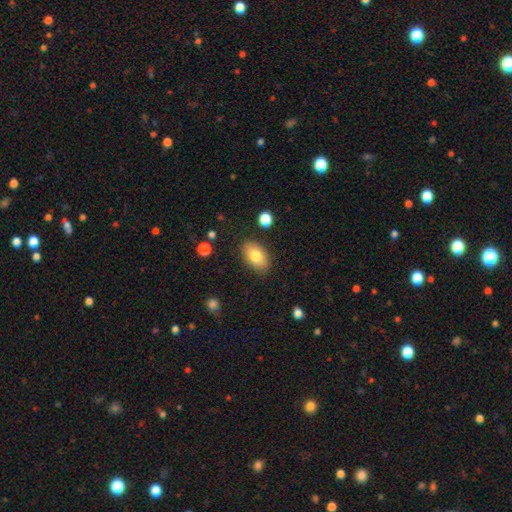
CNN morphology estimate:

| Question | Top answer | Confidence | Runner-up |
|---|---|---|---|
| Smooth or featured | smooth | 80% | featured or disk (13%) |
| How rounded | in between | 89% | round (9%) |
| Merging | none | 85% | minor disturbance (11%) |